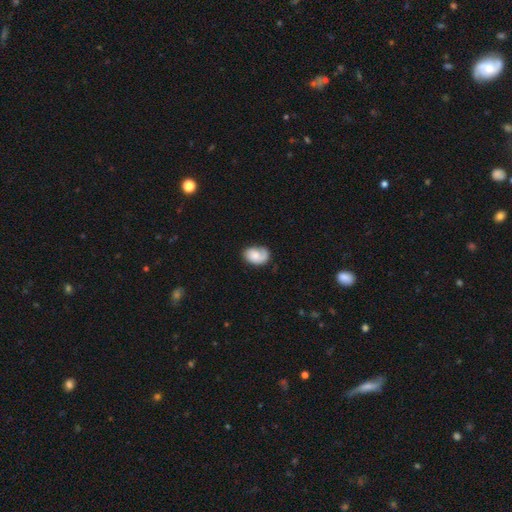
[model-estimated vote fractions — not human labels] A smooth galaxy with no disk features (54%) that is in between round and cigar-shaped (75%).

Vote fractions:
- Smooth or featured? smooth: 54% / featured or disk: 39% / star or artifact: 7%
- How rounded? in between: 75% / round: 24% / cigar-shaped: 1%
- Merging? none: 57% / minor disturbance: 26% / major disturbance: 15% / merger: 3%